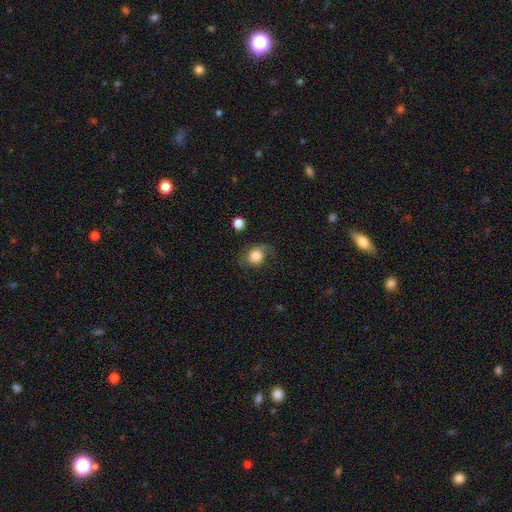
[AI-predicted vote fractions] Morphology: type=smooth (71%); roundness=round (54%); merging=none (50%).